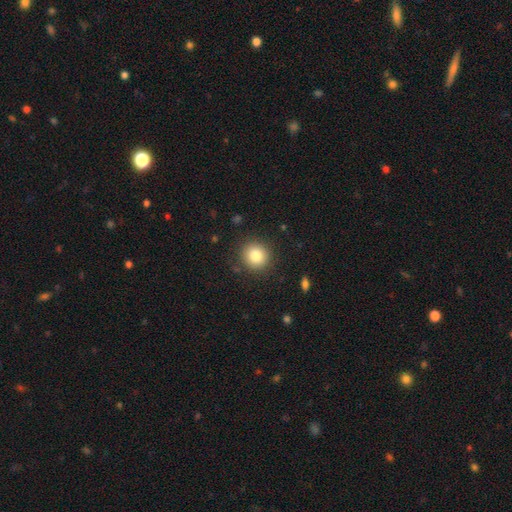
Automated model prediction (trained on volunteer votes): Smooth or featured: smooth — 82% (star or artifact — 10%)
How rounded: round — 91% (in between — 8%)
Merging: none — 88% (minor disturbance — 8%)